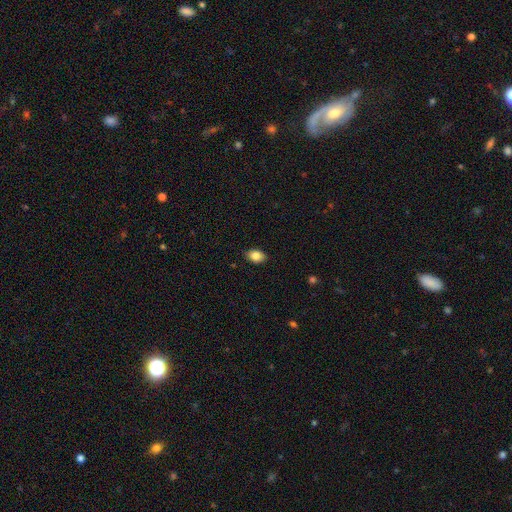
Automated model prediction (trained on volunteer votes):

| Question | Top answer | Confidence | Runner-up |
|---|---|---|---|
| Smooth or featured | smooth | 84% | star or artifact (8%) |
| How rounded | in between | 81% | round (18%) |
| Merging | none | 87% | minor disturbance (11%) |